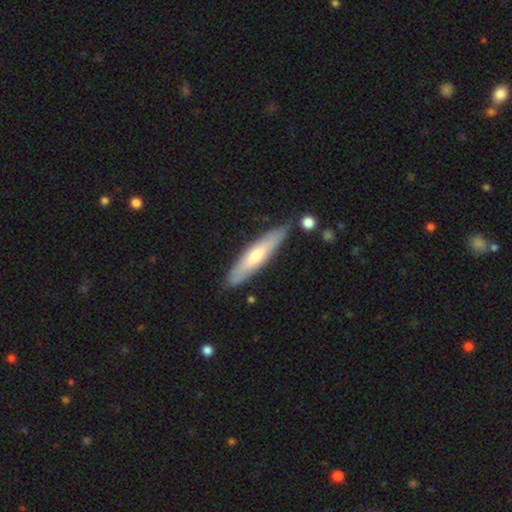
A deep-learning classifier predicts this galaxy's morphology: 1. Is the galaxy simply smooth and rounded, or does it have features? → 52% smooth, 43% featured or disk, 5% star or artifact.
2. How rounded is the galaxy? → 83% cigar-shaped, 16% in between, 1% round.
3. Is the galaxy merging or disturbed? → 81% none, 14% minor disturbance, 3% merger, 2% major disturbance.